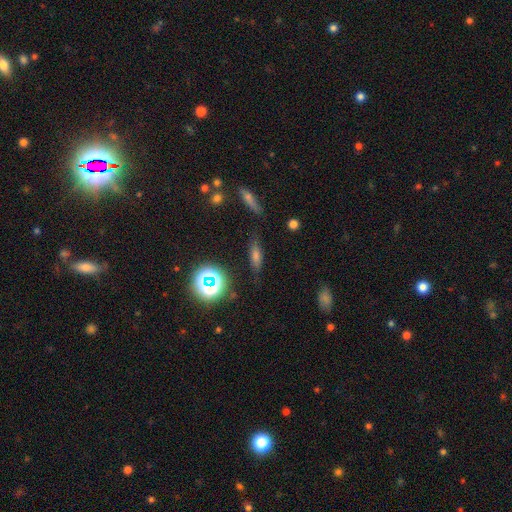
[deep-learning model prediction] Morphology: type=smooth (61%); roundness=cigar-shaped (49%); merging=none (77%).